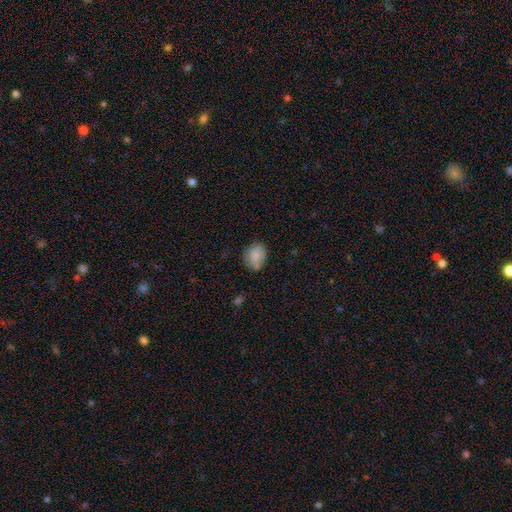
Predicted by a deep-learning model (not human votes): Smooth or featured?
  - smooth: 82% *
  - featured or disk: 10%
  - star or artifact: 8%
How rounded?
  - in between: 56% *
  - round: 43%
  - cigar-shaped: 1%
Merging?
  - none: 63% *
  - minor disturbance: 27%
  - major disturbance: 7%
  - merger: 3%